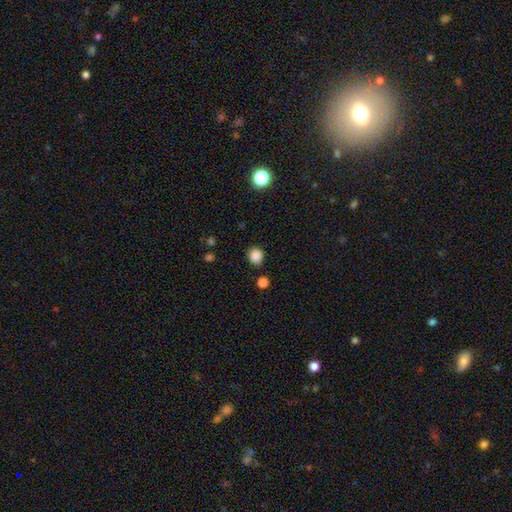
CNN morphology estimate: This is clearly a smooth galaxy (86%). How rounded: likely round (76%). Merging: clearly none (85%).